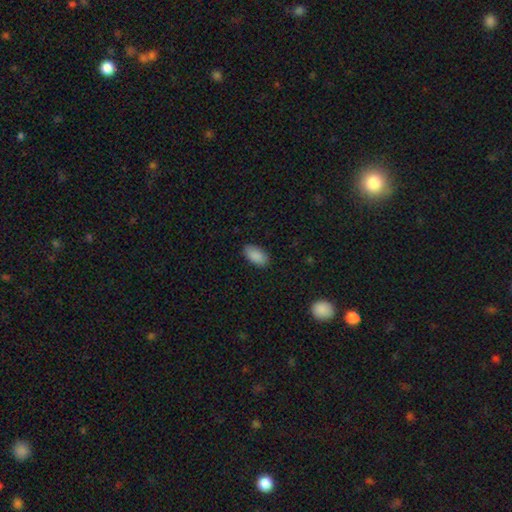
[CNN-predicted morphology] Overall: smooth (89%). How rounded: in between (94%). Merging: none (86%).